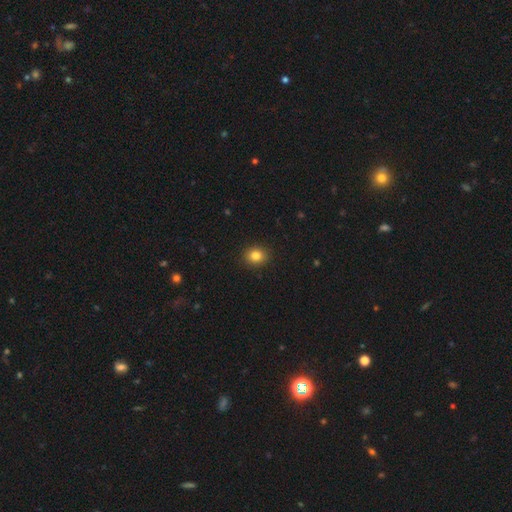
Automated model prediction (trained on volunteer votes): Smooth or featured?
  - smooth: 83% *
  - star or artifact: 11%
  - featured or disk: 6%
How rounded?
  - round: 68% *
  - in between: 31%
  - cigar-shaped: 1%
Merging?
  - none: 91% *
  - minor disturbance: 6%
  - major disturbance: 2%
  - merger: 1%